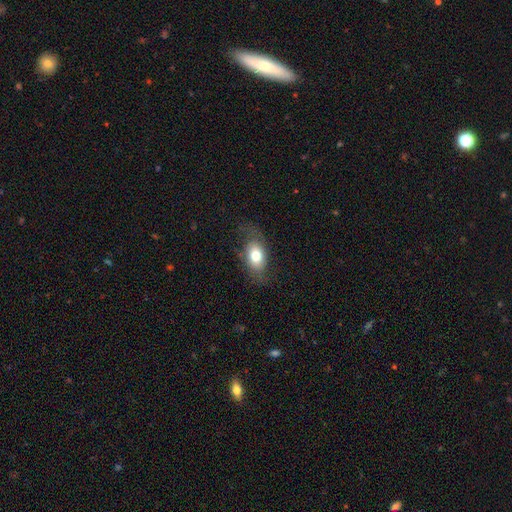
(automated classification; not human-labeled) smooth-or-featured: smooth: 68% | featured or disk: 24% | star or artifact: 8%
  how-rounded: in between: 83% | round: 14% | cigar-shaped: 2%
  merging: none: 65% | minor disturbance: 22% | major disturbance: 12% | merger: 1%